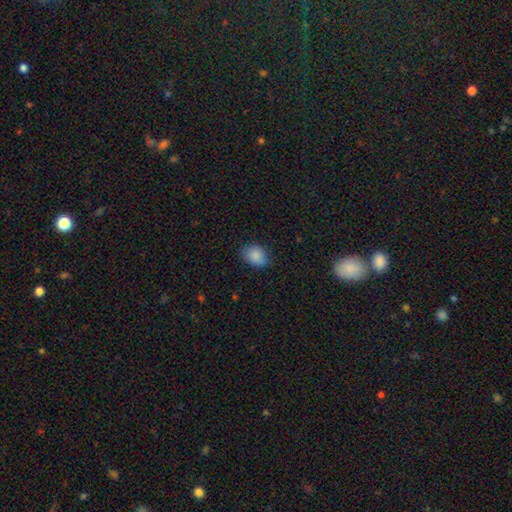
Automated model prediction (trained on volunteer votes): smooth 87%, star or artifact 8%, featured or disk 5%. Down the decision tree: how rounded — in between (61%); merging — none (74%).